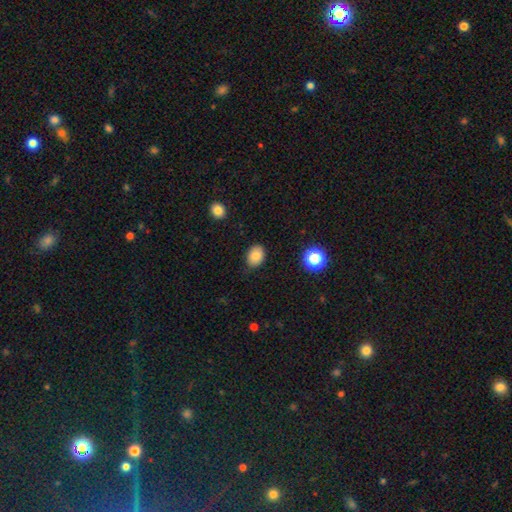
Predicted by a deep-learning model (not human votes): Overall: smooth (84%). How rounded: in between (72%). Merging: none (81%).